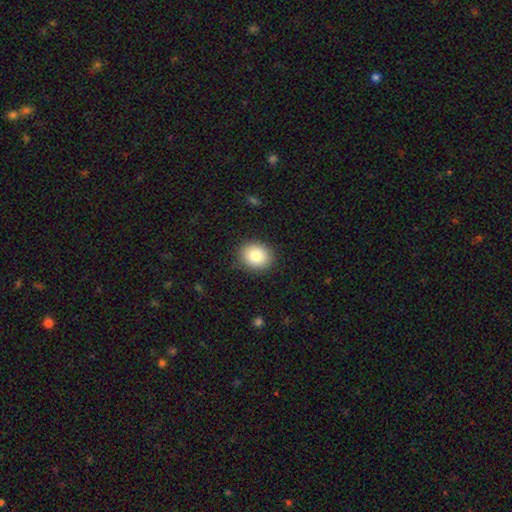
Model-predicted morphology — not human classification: Q: Smooth or featured?
A: smooth (84%); runner-up: star or artifact (8%)
Q: How rounded?
A: round (64%); runner-up: in between (36%)
Q: Merging?
A: none (88%); runner-up: minor disturbance (9%)